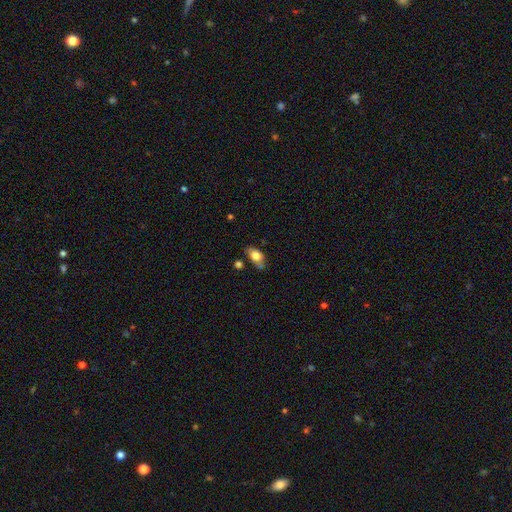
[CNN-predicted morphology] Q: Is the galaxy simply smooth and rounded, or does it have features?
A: smooth — 74%.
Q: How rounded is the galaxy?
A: in between — 88%.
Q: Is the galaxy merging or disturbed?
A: none — 61%.